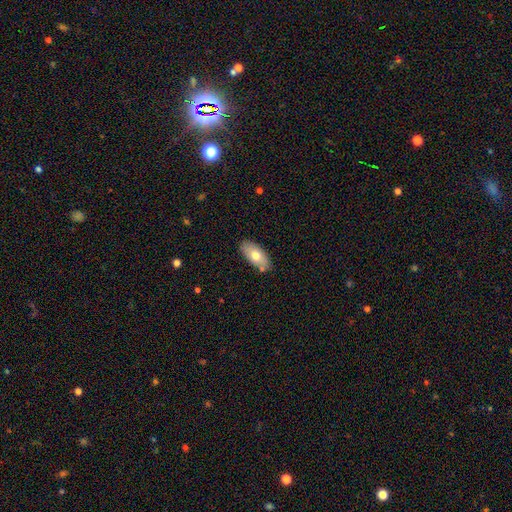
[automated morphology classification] A smooth galaxy with no disk features (70%) that is in between round and cigar-shaped (93%). Merging: none (82%).